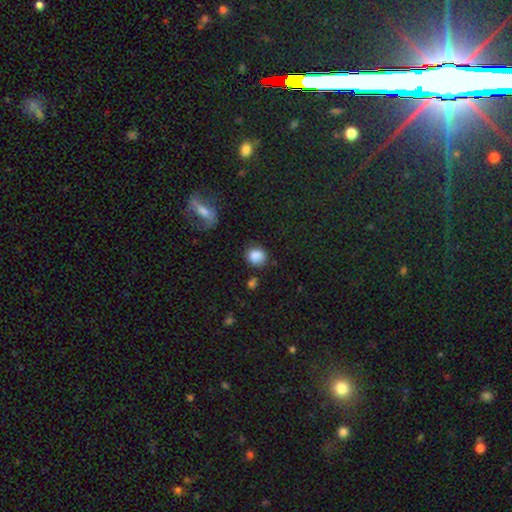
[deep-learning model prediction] This appears to be a smooth galaxy with no disk features (85%) that is round (71%). Merging: none (70%).